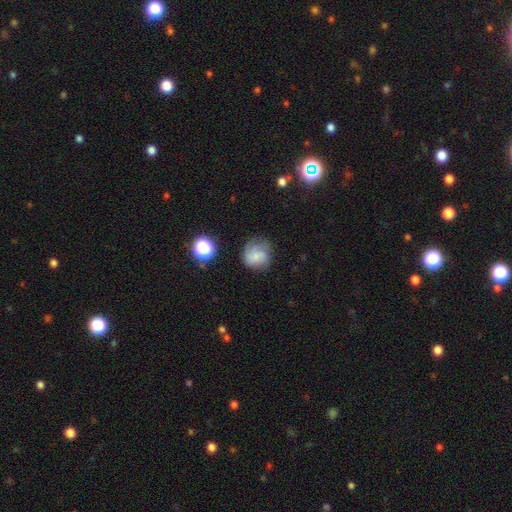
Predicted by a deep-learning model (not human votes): smooth-or-featured: smooth: 59% | featured or disk: 29% | star or artifact: 13%
  how-rounded: round: 80% | in between: 19% | cigar-shaped: 1%
  merging: none: 57% | minor disturbance: 26% | major disturbance: 15% | merger: 3%